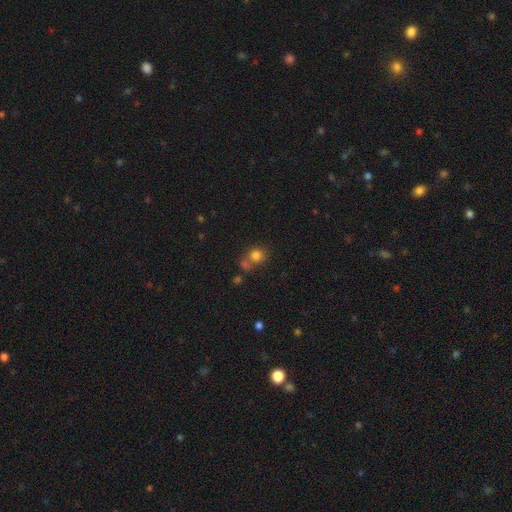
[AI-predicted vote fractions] Smooth or featured? smooth (79%)
How rounded? round (81%)
Merging? none (51%)